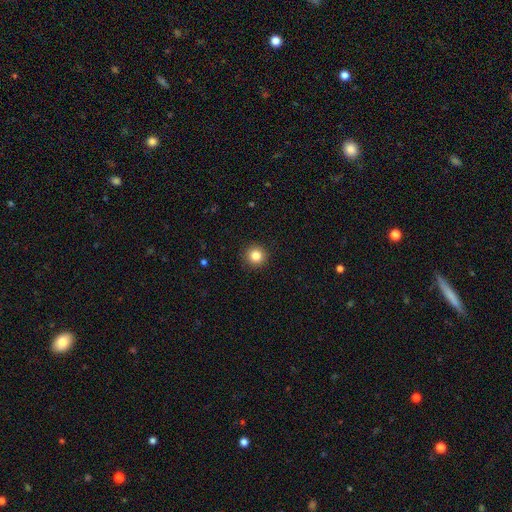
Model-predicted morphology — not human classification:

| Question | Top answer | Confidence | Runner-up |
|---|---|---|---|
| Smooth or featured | smooth | 84% | star or artifact (11%) |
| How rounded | round | 95% | in between (4%) |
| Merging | none | 93% | minor disturbance (5%) |